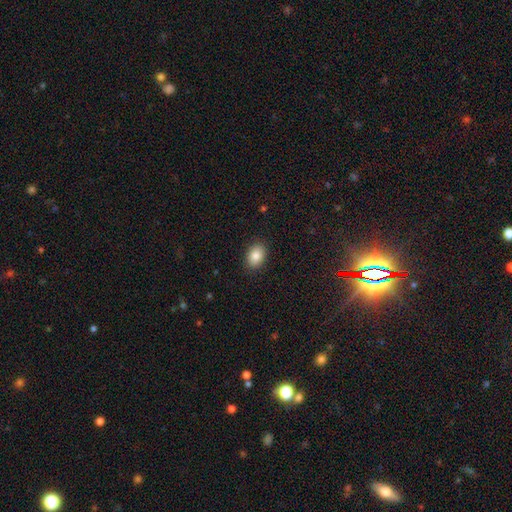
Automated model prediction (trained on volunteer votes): Smooth or featured: smooth — 85% (star or artifact — 8%)
How rounded: in between — 77% (round — 22%)
Merging: none — 89% (minor disturbance — 8%)